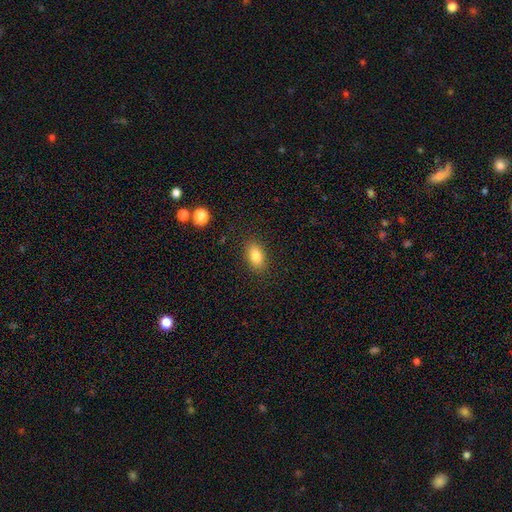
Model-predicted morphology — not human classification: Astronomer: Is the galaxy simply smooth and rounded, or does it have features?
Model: smooth — 83%.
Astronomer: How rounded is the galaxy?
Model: in between — 87%.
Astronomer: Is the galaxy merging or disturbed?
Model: none — 87%.